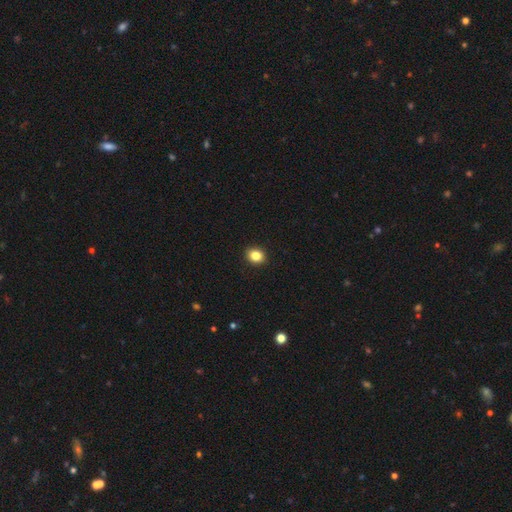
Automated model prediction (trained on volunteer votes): Smooth or featured? smooth (84%)
How rounded? round (63%)
Merging? none (92%)